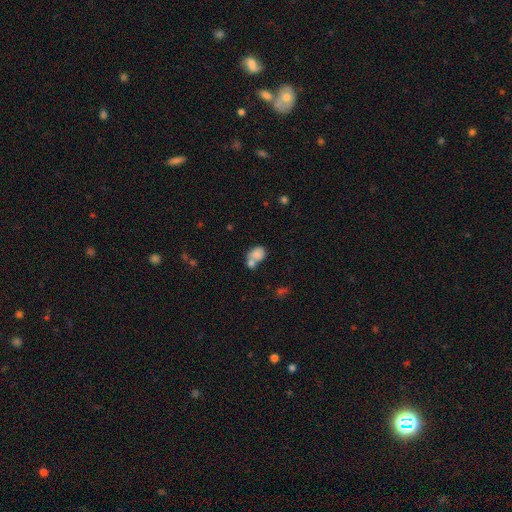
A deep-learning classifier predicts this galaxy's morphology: Overall: smooth (79%). How rounded: in between (63%; round 35%). Merging: merger (59%; none 26%).